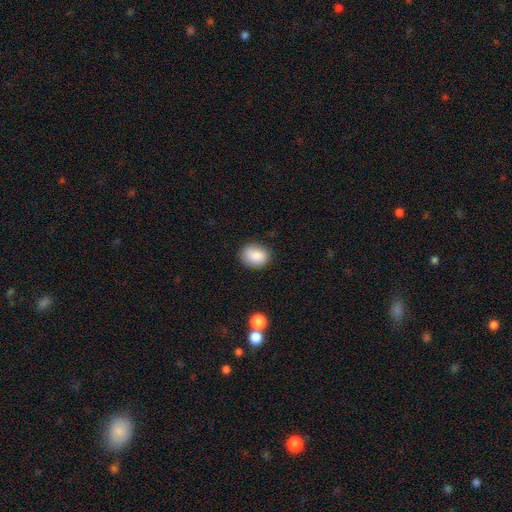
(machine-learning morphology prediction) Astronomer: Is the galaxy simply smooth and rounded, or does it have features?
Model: smooth — 86%.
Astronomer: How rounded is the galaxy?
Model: in between — 54% (runner-up: round, 45%).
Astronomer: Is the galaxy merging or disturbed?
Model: none — 80%.